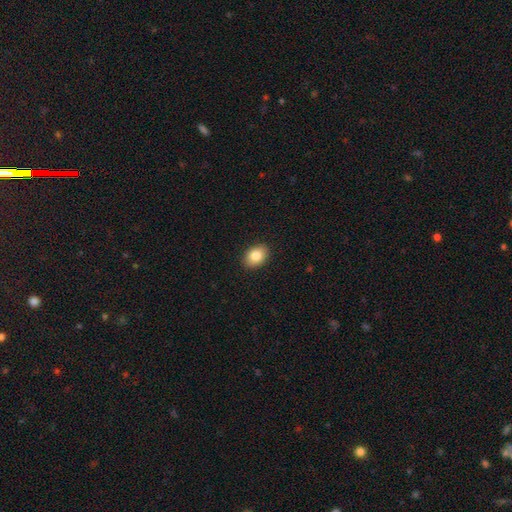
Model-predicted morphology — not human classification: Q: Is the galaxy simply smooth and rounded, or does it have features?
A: smooth — 84%.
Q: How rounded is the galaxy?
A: in between — 80%.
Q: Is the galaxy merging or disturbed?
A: none — 90%.